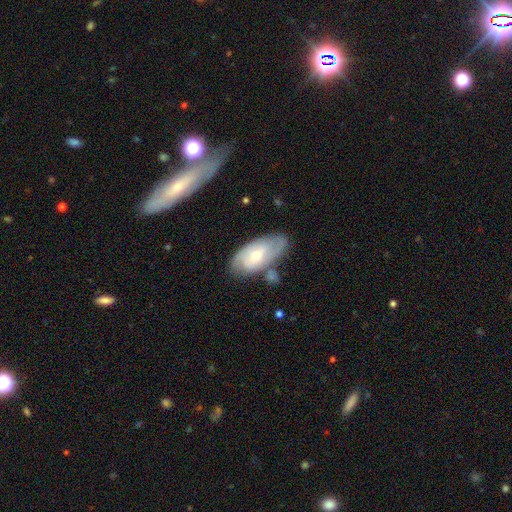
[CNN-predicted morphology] smooth_or_featured: featured or disk (p=0.61) [alt: smooth p=0.33]
disk_edge_on: no (p=0.91) [alt: yes p=0.09]
bar: no (p=0.62) [alt: weak p=0.32]
has_spiral_arms: yes (p=0.81) [alt: no p=0.19]
bulge_size: moderate (p=0.50) [alt: small p=0.46]
merging: none (p=0.61) [alt: minor disturbance p=0.21]